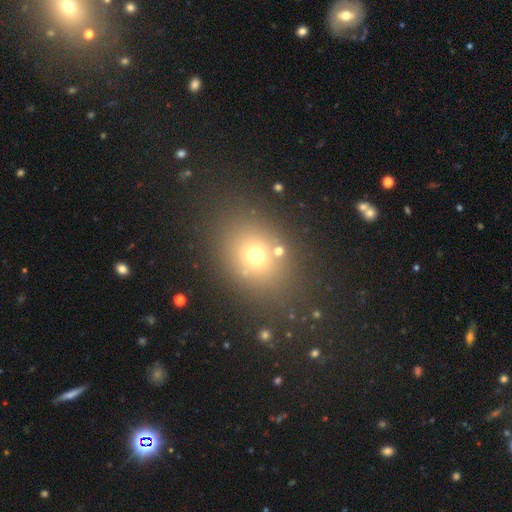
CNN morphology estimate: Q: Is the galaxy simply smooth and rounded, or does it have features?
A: smooth — 67%.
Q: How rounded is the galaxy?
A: in between — 54%.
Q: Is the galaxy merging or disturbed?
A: none — 82%.